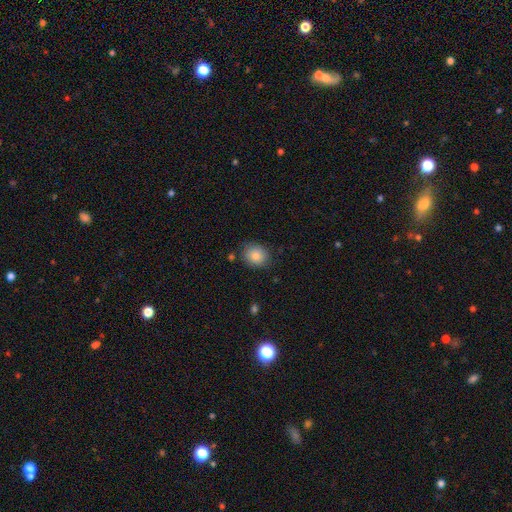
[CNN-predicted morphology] A smooth galaxy with no disk features (82%) that is round (70%). Merging: none (81%).